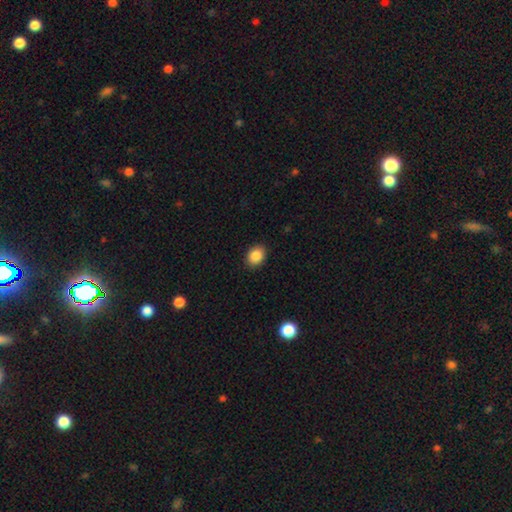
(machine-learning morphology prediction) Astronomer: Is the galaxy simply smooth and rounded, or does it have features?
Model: smooth — 88%.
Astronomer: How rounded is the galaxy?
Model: in between — 56% (runner-up: round, 43%).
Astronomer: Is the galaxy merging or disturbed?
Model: none — 89%.